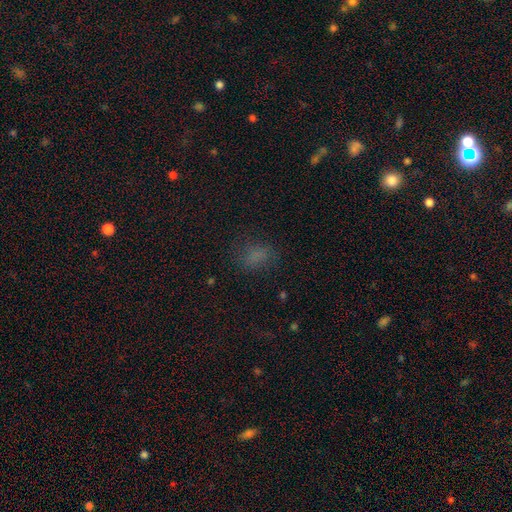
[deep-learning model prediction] The model was most divided on "how rounded": in between: 72%, round: 25%, cigar-shaped: 3%. More confident: smooth or featured — smooth (69%); merging — none (68%).